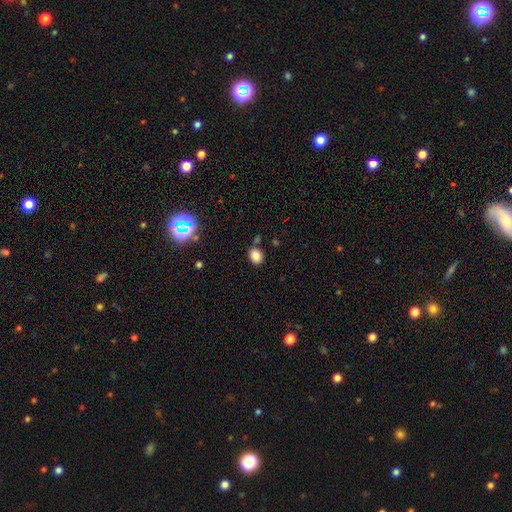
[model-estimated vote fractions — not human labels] Smooth or featured? Predicted: smooth (p=0.81). How rounded? Predicted: round (p=0.49, tied with in between). Merging? Predicted: none (p=0.76).